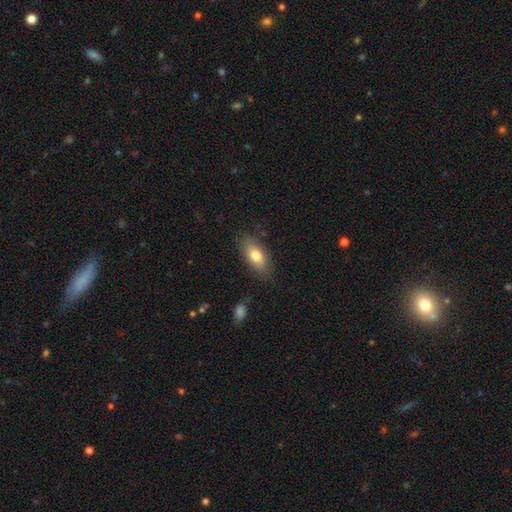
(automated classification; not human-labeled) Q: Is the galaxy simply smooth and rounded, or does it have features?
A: smooth — 77%.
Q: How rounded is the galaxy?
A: in between — 85%.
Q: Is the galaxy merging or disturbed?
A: none — 81%.